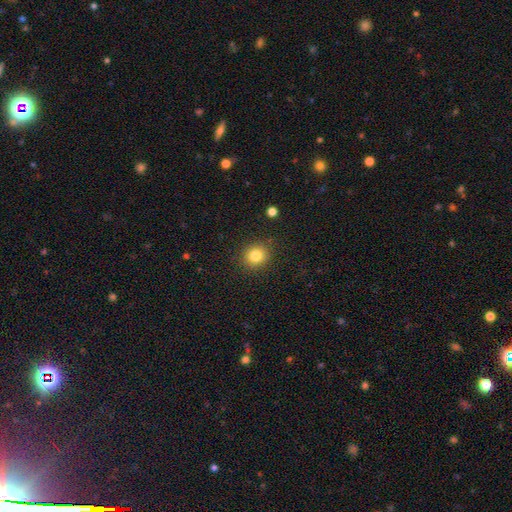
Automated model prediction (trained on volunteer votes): A smooth galaxy with no disk features (82%) that is round (84%). Merging: none (88%).